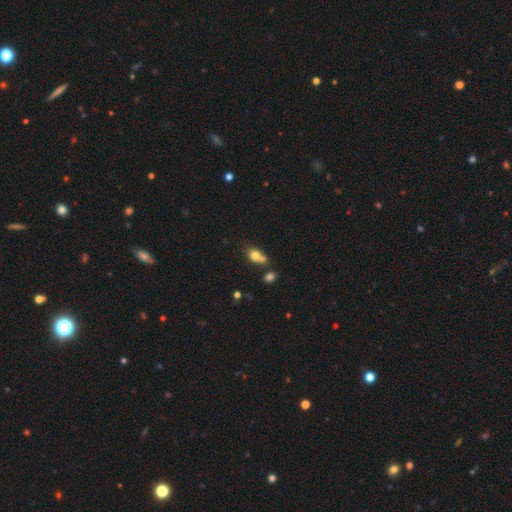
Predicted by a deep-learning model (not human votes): A smooth galaxy with no disk features (75%) that is in between round and cigar-shaped (64%).

Vote fractions:
- Smooth or featured? smooth: 75% / featured or disk: 14% / star or artifact: 10%
- How rounded? in between: 64% / round: 33% / cigar-shaped: 3%
- Merging? merger: 46% / none: 37% / minor disturbance: 12% / major disturbance: 5%